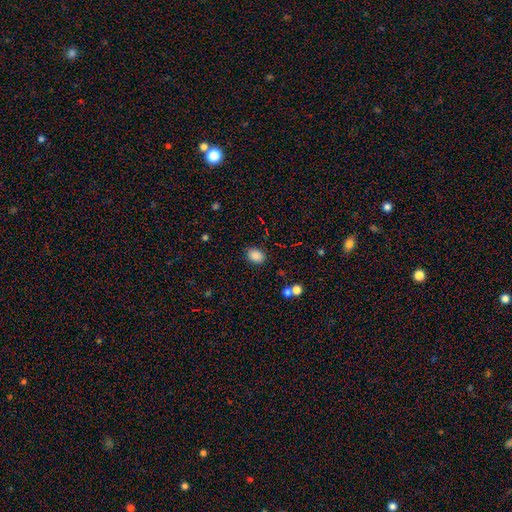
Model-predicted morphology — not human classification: Smooth or featured?
  - smooth: 86% *
  - star or artifact: 10%
  - featured or disk: 4%
How rounded?
  - in between: 74% *
  - round: 25%
  - cigar-shaped: 1%
Merging?
  - none: 82% *
  - minor disturbance: 12%
  - major disturbance: 3%
  - merger: 2%